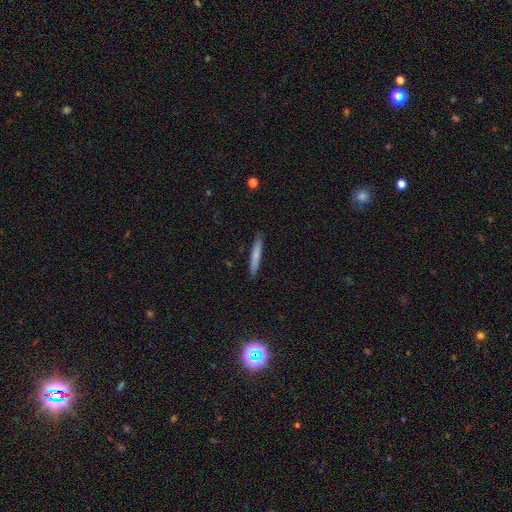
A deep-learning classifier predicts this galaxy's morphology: Smooth or featured? smooth (74%)
How rounded? cigar-shaped (94%)
Merging? none (89%)